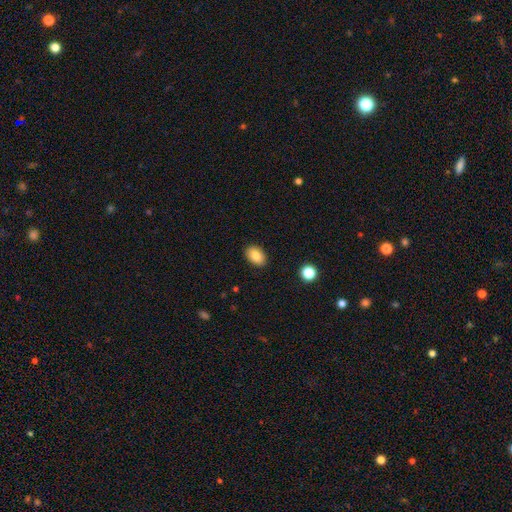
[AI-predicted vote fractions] A smooth galaxy with no disk features (84%) that is in between round and cigar-shaped (86%).

Vote fractions:
- Smooth or featured? smooth: 84% / star or artifact: 8% / featured or disk: 8%
- How rounded? in between: 86% / round: 13% / cigar-shaped: 1%
- Merging? none: 89% / minor disturbance: 8% / major disturbance: 2% / merger: 1%